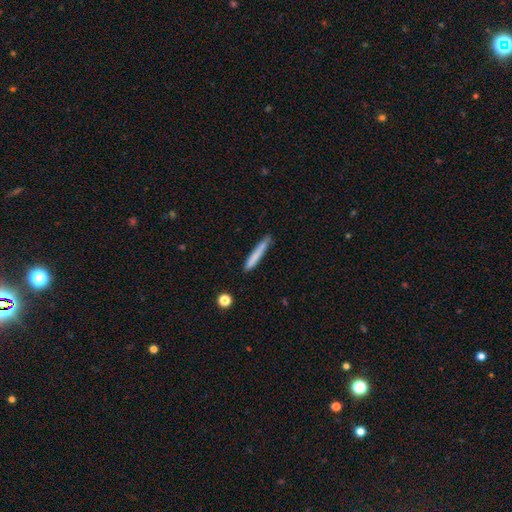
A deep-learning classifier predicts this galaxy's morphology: Q: Smooth or featured?
A: smooth (75%); runner-up: featured or disk (19%)
Q: How rounded?
A: cigar-shaped (96%); runner-up: in between (3%)
Q: Merging?
A: none (82%); runner-up: minor disturbance (14%)